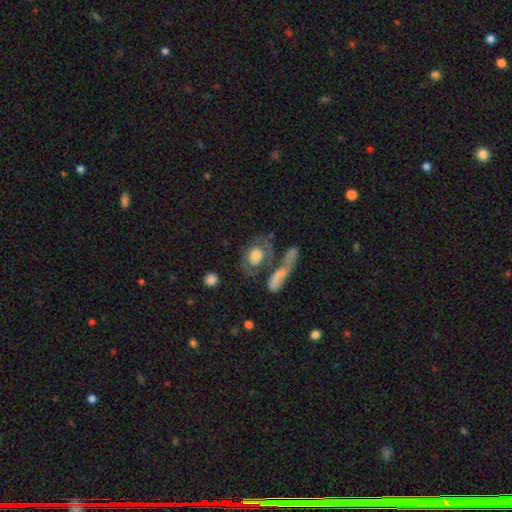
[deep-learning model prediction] smooth 51%, featured or disk 41%, star or artifact 8%. Down the decision tree: how rounded — in between (66%); merging — merger (35%).